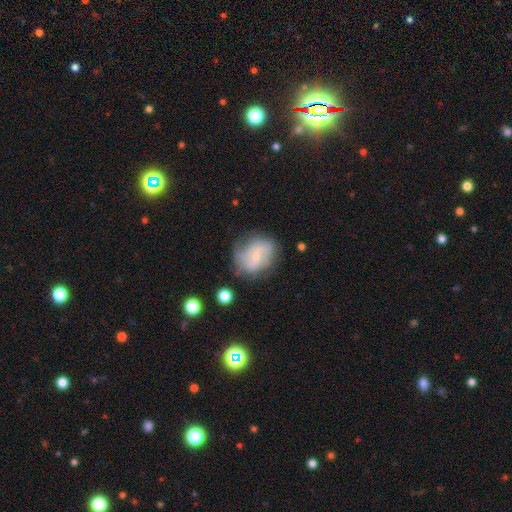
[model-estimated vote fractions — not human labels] This appears to be a featured or disk galaxy (62%) with no bar (46%), spiral arms (81%) and a small central bulge (73%). Merging: none (64%).